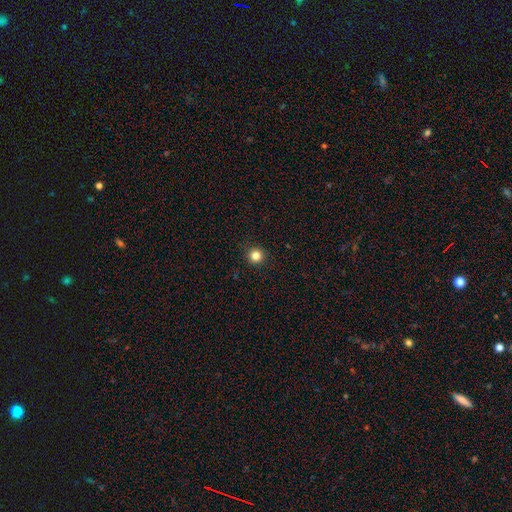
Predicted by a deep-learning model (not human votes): smooth 83%, star or artifact 13%, featured or disk 4%. Down the decision tree: how rounded — round (95%); merging — none (92%).